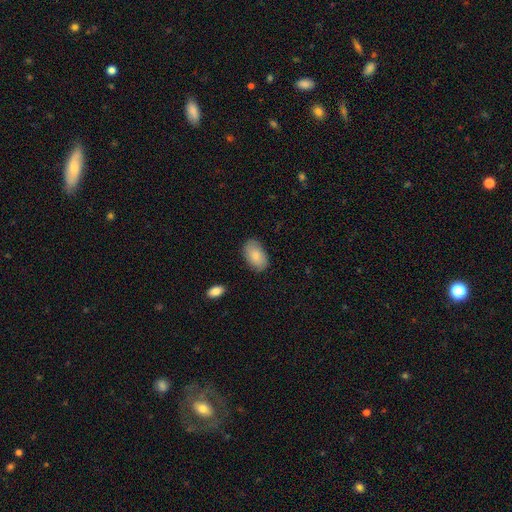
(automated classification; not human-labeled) This appears to be a smooth galaxy with no disk features (81%) that is in between round and cigar-shaped (94%). Merging: none (83%).